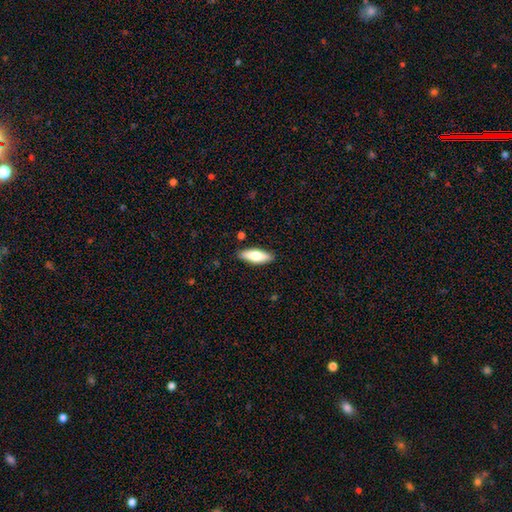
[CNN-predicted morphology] Smooth or featured? Predicted: smooth (p=0.74). How rounded? Predicted: in between (p=0.63). Merging? Predicted: none (p=0.87).